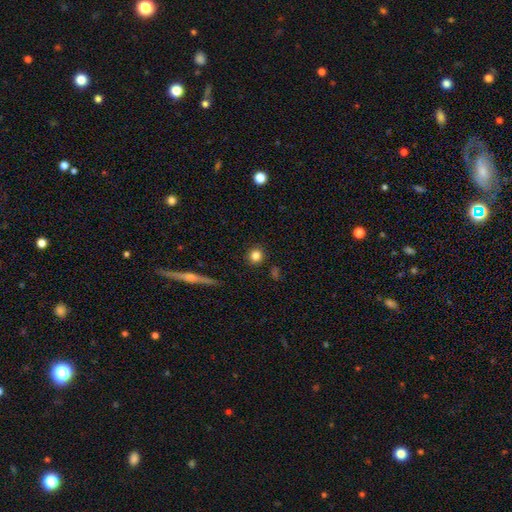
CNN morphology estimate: Smooth or featured? smooth (82%)
How rounded? round (92%)
Merging? none (90%)